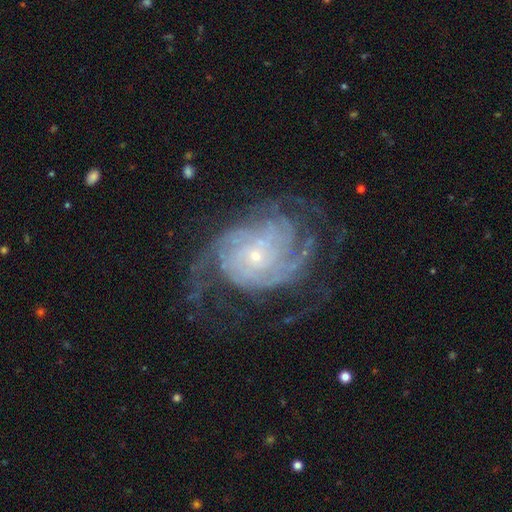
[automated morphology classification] Smooth or featured?
  - featured or disk: 87% *
  - star or artifact: 7%
  - smooth: 6%
Edge-on disk?
  - no: 97% *
  - yes: 3%
Bar?
  - no: 76% *
  - weak: 19%
  - strong: 6%
Spiral arms?
  - yes: 96% *
  - no: 4%
Spiral winding?
  - tight: 60% *
  - medium: 31%
  - loose: 9%
Spiral arm count?
  - can't tell: 28% *
  - 2: 19%
  - 4: 18%
  - 3: 17%
  - more than 4: 11%
  - 1: 8%
Bulge size?
  - small: 84% *
  - moderate: 12%
  - none: 2%
  - large: 2%
  - dominant: 1%
Merging?
  - none: 61% *
  - major disturbance: 19%
  - minor disturbance: 18%
  - merger: 2%